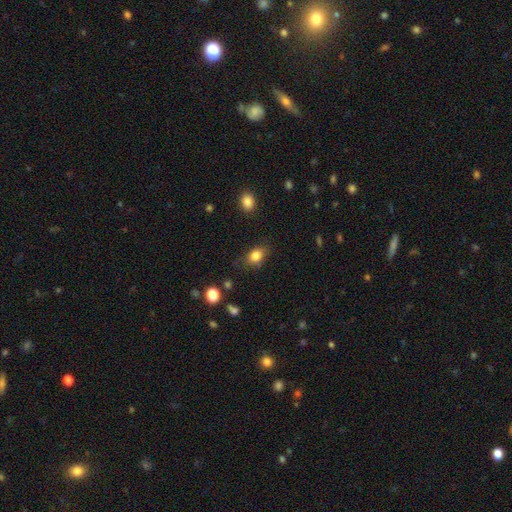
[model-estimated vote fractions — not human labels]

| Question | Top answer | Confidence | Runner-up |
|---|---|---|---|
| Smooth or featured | smooth | 82% | star or artifact (10%) |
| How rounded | in between | 73% | round (25%) |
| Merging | none | 77% | minor disturbance (17%) |